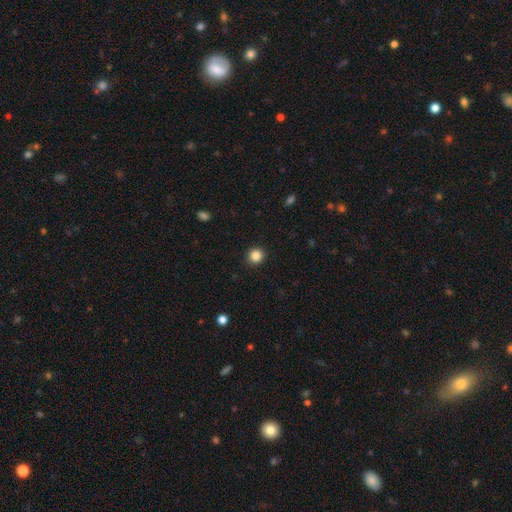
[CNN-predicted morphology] smooth_or_featured: smooth (p=0.86) [alt: star or artifact p=0.11]
how_rounded: round (p=0.92) [alt: in between p=0.07]
merging: none (p=0.93) [alt: minor disturbance p=0.05]